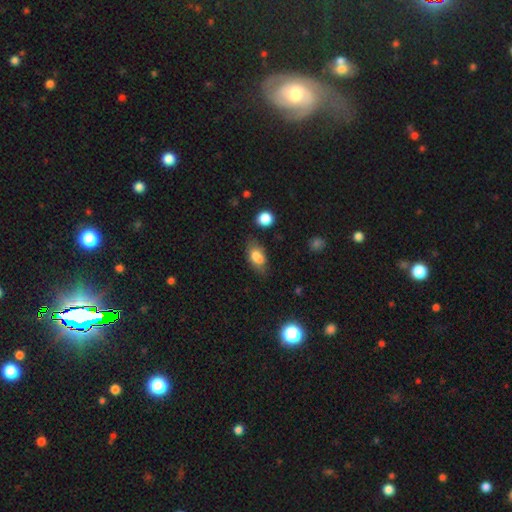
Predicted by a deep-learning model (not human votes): A smooth galaxy with no disk features (74%) that is in between round and cigar-shaped (84%).

Vote fractions:
- Smooth or featured? smooth: 74% / featured or disk: 17% / star or artifact: 10%
- How rounded? in between: 84% / cigar-shaped: 8% / round: 8%
- Merging? none: 55% / minor disturbance: 21% / merger: 18% / major disturbance: 7%